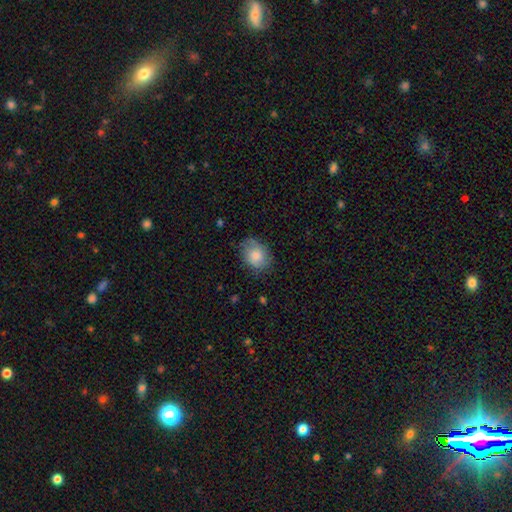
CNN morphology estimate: This is likely a smooth galaxy (78%). How rounded: possibly in between (53%). Merging: likely none (70%).